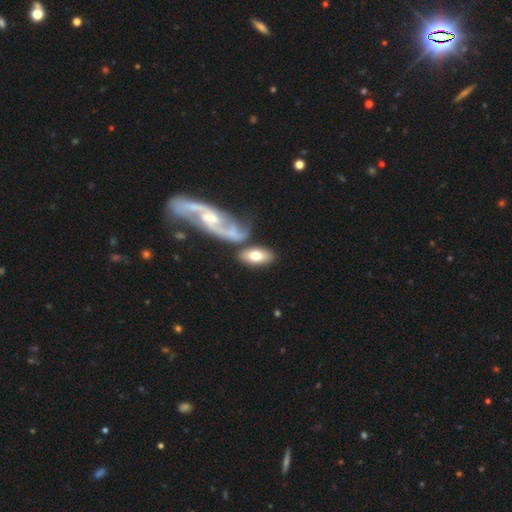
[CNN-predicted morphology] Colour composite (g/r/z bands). It shows a smooth galaxy with no disk features (66%) that is in between round and cigar-shaped (90%). Merging: none (57%).